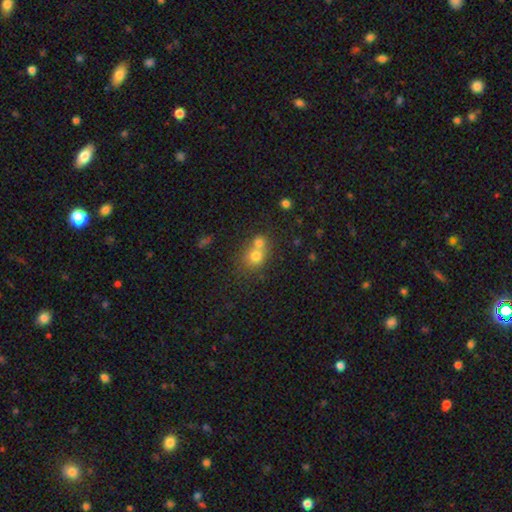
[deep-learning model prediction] This is likely a smooth galaxy (73%). How rounded: likely round (74%). Merging: possibly merger (59%).